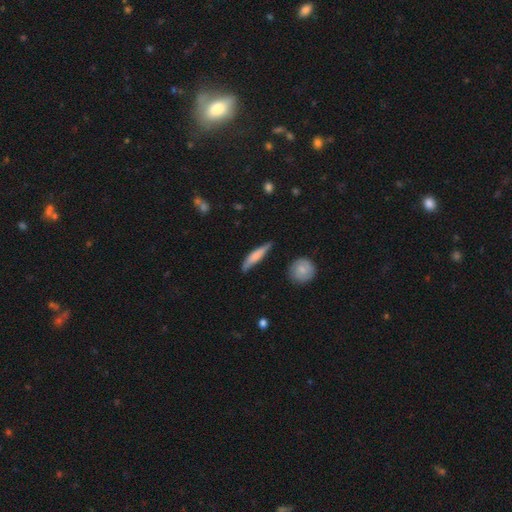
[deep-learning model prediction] Overall: smooth (62%; featured or disk 32%). How rounded: cigar-shaped (83%). Merging: none (72%).